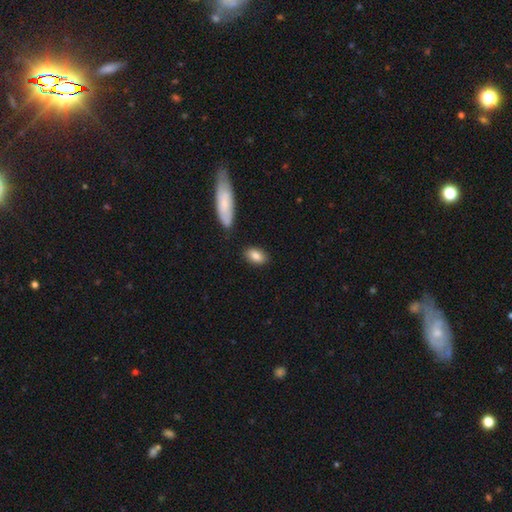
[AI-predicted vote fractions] This is clearly a smooth galaxy (83%). How rounded: clearly in between (89%). Merging: clearly none (83%).